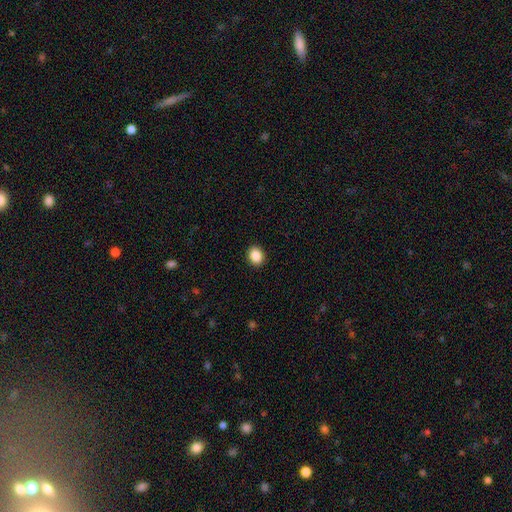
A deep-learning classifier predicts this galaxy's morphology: This appears to be a smooth galaxy with no disk features (88%) that is round (52%). Merging: none (91%).